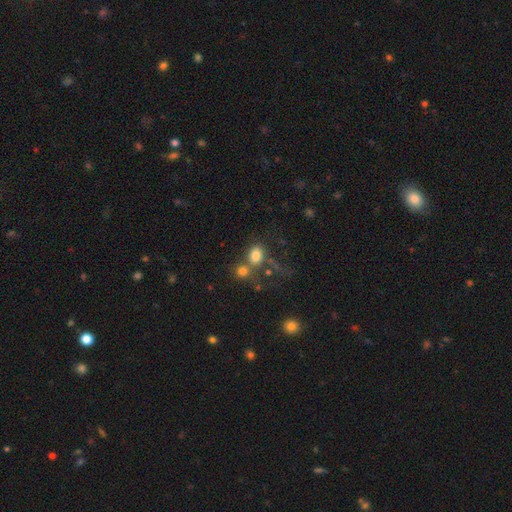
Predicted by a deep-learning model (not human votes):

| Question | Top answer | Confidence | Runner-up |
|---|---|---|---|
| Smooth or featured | smooth | 77% | star or artifact (13%) |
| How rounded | in between | 60% | round (38%) |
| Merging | merger | 42% | none (36%) |